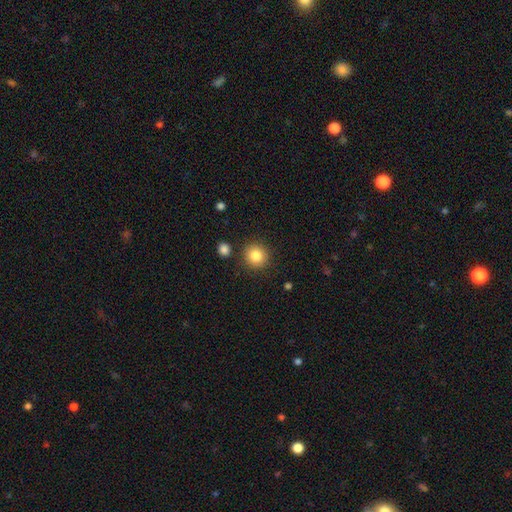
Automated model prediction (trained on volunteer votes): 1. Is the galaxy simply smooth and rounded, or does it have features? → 85% smooth, 10% star or artifact, 6% featured or disk.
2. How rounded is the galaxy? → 92% round, 8% in between, 1% cigar-shaped.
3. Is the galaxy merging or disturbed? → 88% none, 7% minor disturbance, 3% merger, 2% major disturbance.